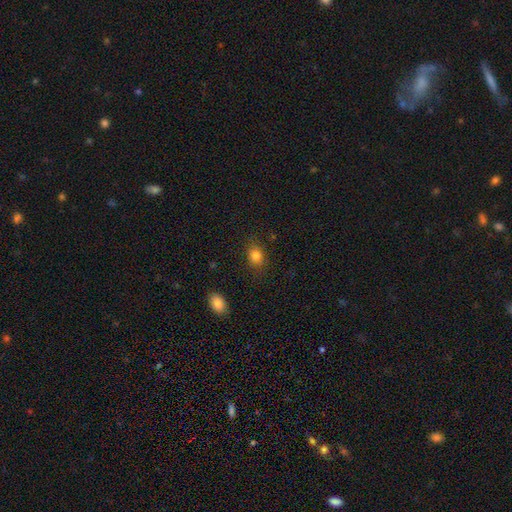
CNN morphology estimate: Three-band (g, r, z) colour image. It shows a smooth galaxy with no disk features (83%) that is in between round and cigar-shaped (55%). Merging: none (80%).